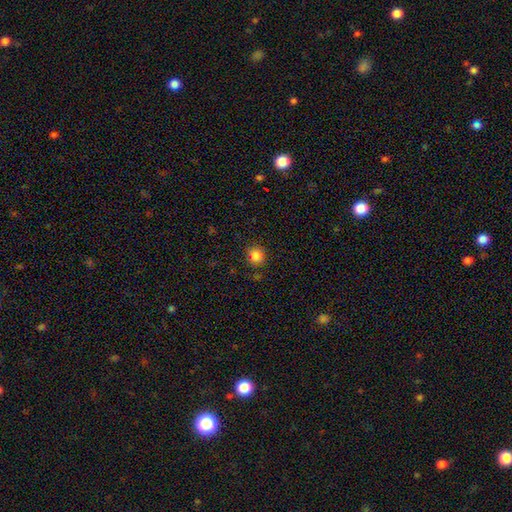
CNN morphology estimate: type=smooth (85%); roundness=round (88%); merging=none (85%).